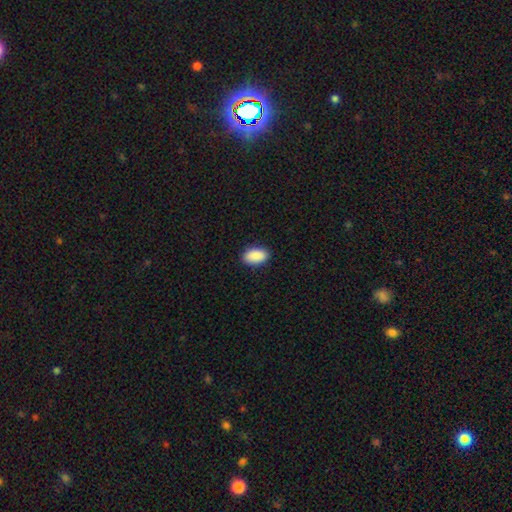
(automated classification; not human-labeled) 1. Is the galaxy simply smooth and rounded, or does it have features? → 91% smooth, 6% star or artifact, 3% featured or disk.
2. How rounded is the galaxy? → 94% in between, 4% round, 2% cigar-shaped.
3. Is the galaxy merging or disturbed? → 90% none, 8% minor disturbance, 2% major disturbance, 1% merger.